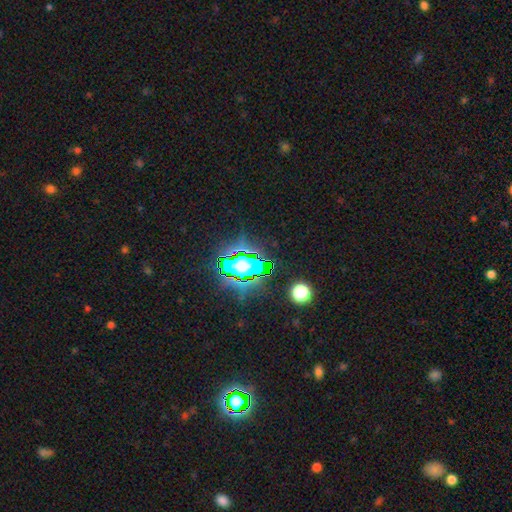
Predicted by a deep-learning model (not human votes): smooth-or-featured: star or artifact: 81% | smooth: 12% | featured or disk: 7%